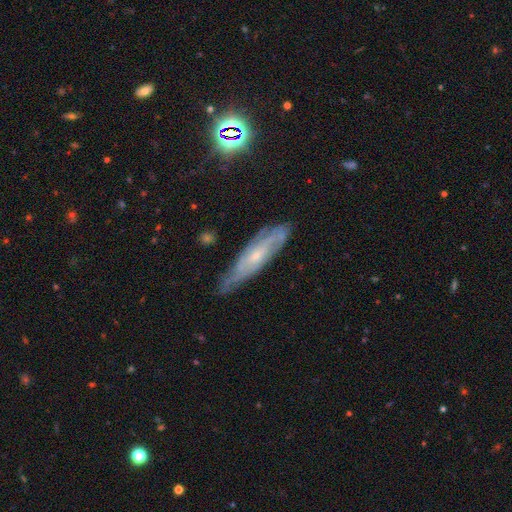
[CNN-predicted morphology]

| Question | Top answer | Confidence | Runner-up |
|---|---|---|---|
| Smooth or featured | featured or disk | 73% | smooth (19%) |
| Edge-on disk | no | 65% | yes (35%) |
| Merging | none | 66% | minor disturbance (26%) |